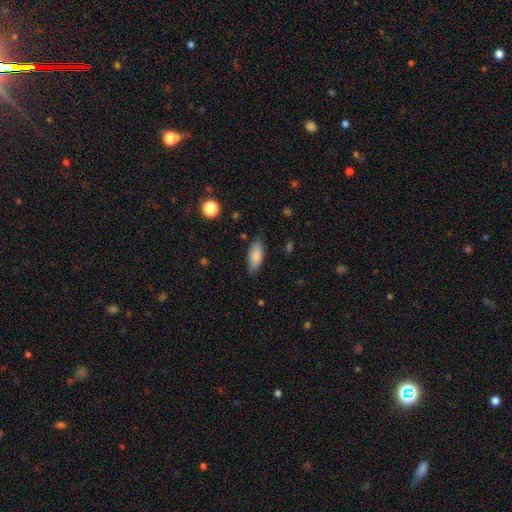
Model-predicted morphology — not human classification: This appears to be a smooth galaxy with no disk features (85%) that is in between round and cigar-shaped (84%). Merging: none (80%).